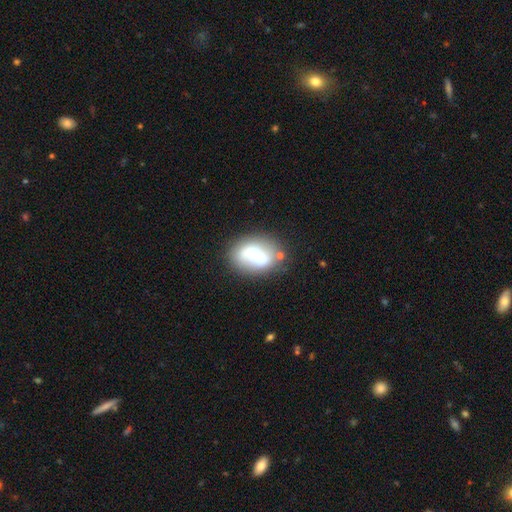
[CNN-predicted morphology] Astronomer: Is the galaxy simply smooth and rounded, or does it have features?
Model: smooth — 58% (runner-up: featured or disk, 33%).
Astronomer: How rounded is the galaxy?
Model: in between — 77%.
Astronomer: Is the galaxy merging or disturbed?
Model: none — 56%.